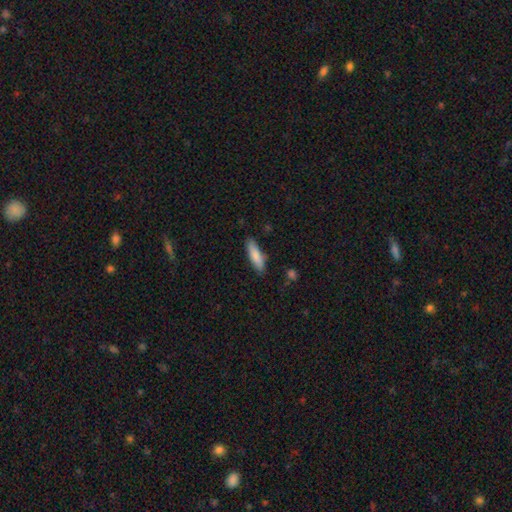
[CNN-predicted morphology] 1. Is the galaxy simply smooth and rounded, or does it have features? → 84% smooth, 11% featured or disk, 6% star or artifact.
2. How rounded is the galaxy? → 64% cigar-shaped, 34% in between, 2% round.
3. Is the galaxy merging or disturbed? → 83% none, 12% minor disturbance, 2% major disturbance, 2% merger.